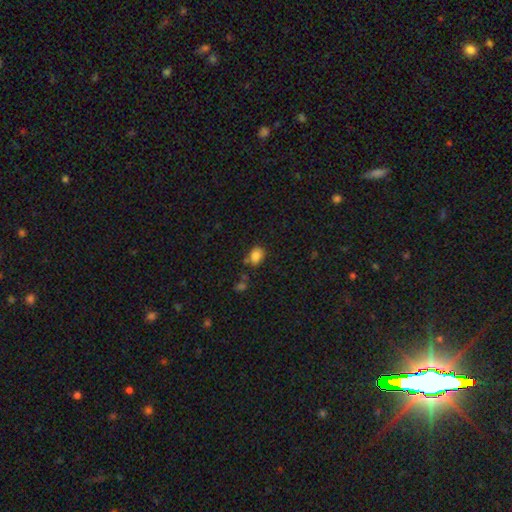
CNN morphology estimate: smooth 84%, star or artifact 11%, featured or disk 5%. Down the decision tree: how rounded — in between (66%); merging — none (68%).